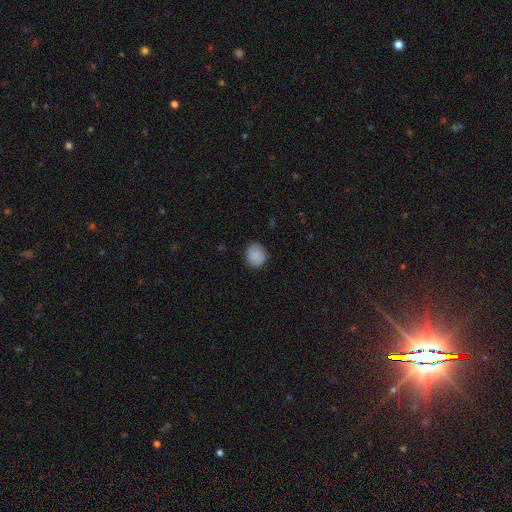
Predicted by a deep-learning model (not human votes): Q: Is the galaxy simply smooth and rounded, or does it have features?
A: smooth — 86%.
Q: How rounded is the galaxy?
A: round — 82%.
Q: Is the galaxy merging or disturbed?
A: none — 85%.